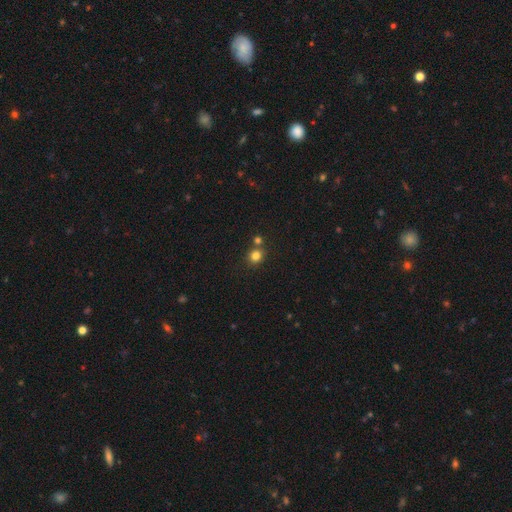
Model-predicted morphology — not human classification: Q: Smooth or featured?
A: smooth (81%); runner-up: star or artifact (14%)
Q: How rounded?
A: round (84%); runner-up: in between (15%)
Q: Merging?
A: none (69%); runner-up: merger (20%)